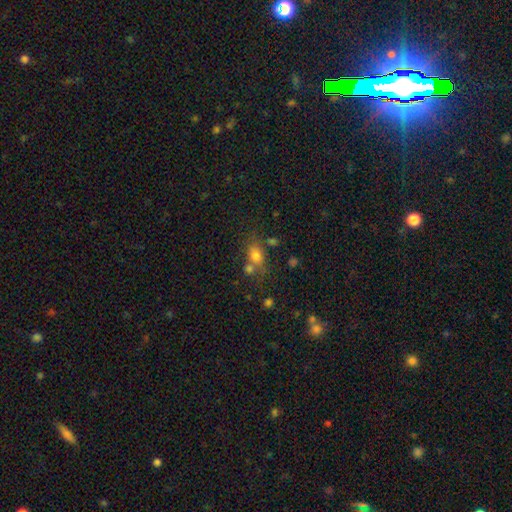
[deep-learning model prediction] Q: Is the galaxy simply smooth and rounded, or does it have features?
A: smooth — 73%.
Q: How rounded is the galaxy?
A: in between — 64%.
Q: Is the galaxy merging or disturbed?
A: none — 50%.